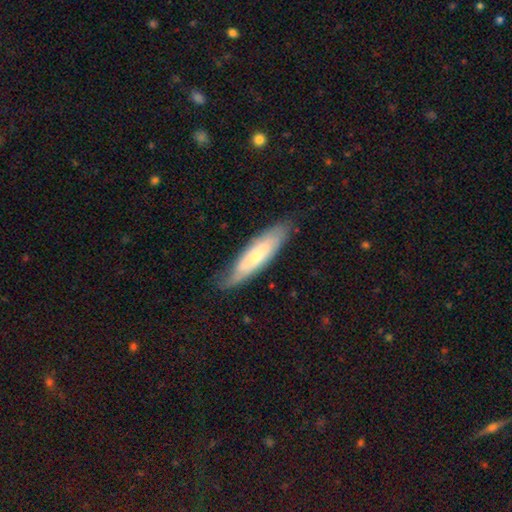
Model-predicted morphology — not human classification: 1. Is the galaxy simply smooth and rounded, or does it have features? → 50% smooth, 44% featured or disk, 6% star or artifact.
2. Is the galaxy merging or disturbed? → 75% none, 19% minor disturbance, 5% major disturbance, 1% merger.